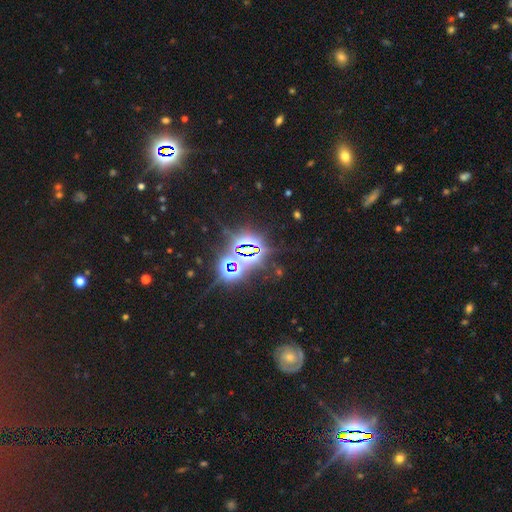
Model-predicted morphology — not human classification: This appears to be a star or artifact, not a galaxy (84%).